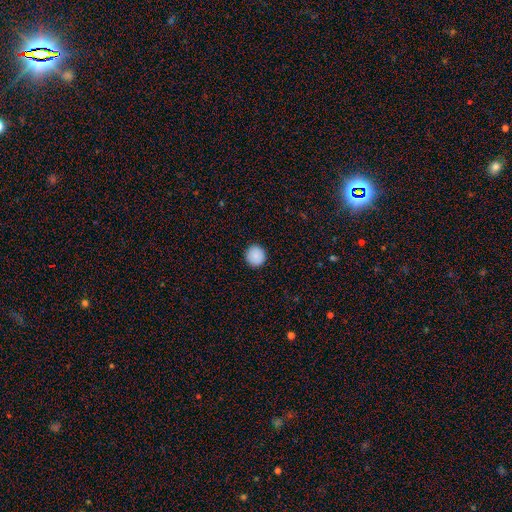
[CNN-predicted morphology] type=smooth (89%); roundness=round (93%); merging=none (92%).